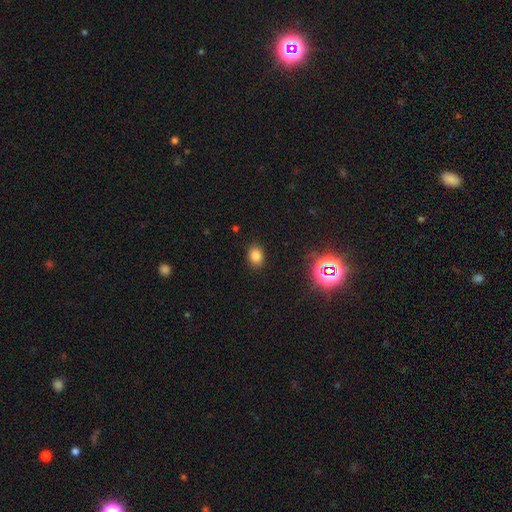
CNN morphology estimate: smooth-or-featured: smooth: 78% | star or artifact: 16% | featured or disk: 5%
  how-rounded: in between: 58% | round: 41% | cigar-shaped: 1%
  merging: none: 87% | minor disturbance: 9% | major disturbance: 3% | merger: 1%